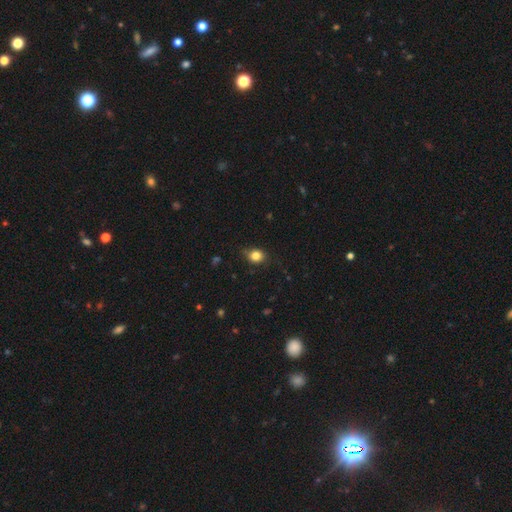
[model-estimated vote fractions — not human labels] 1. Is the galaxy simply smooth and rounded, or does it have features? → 82% smooth, 11% star or artifact, 7% featured or disk.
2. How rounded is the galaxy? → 67% round, 32% in between, 1% cigar-shaped.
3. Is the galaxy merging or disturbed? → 76% none, 19% minor disturbance, 4% major disturbance, 1% merger.